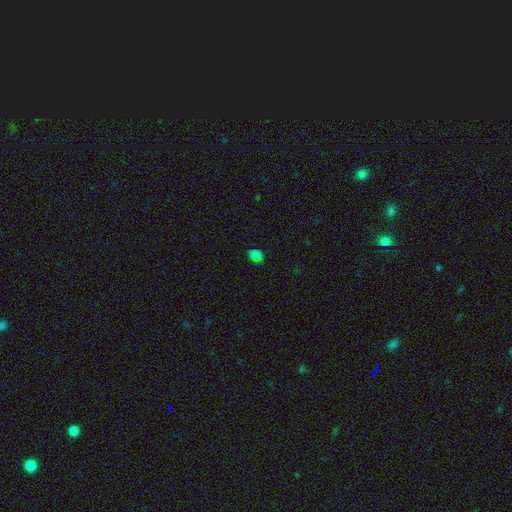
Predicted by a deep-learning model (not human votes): smooth_or_featured: smooth (p=0.67) [alt: star or artifact p=0.24]
how_rounded: in between (p=0.70) [alt: round p=0.28]
merging: none (p=0.71) [alt: minor disturbance p=0.20]